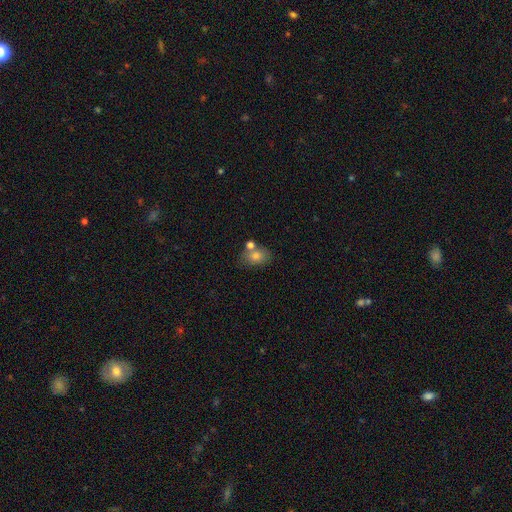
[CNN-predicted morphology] A smooth galaxy with no disk features (78%) that is in between round and cigar-shaped (69%). Merging: none (53%).